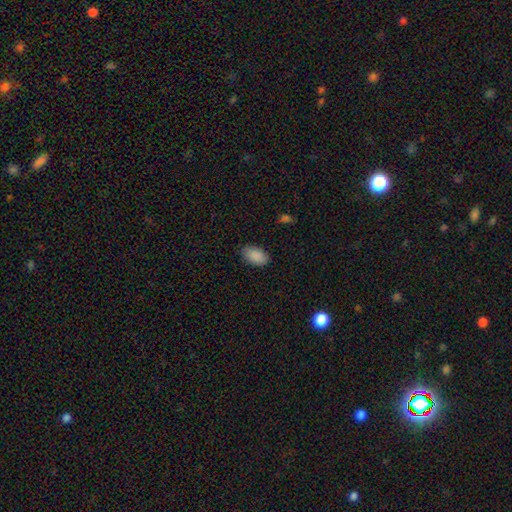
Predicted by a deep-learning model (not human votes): smooth 89%, star or artifact 7%, featured or disk 3%. Down the decision tree: how rounded — in between (93%); merging — none (85%).